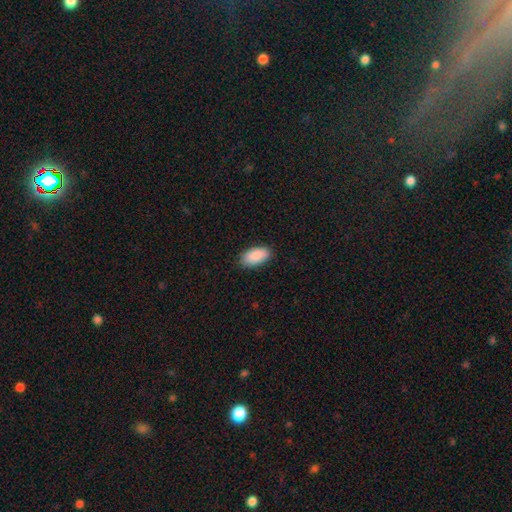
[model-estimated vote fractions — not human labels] Smooth or featured? smooth (91%)
How rounded? in between (95%)
Merging? none (86%)